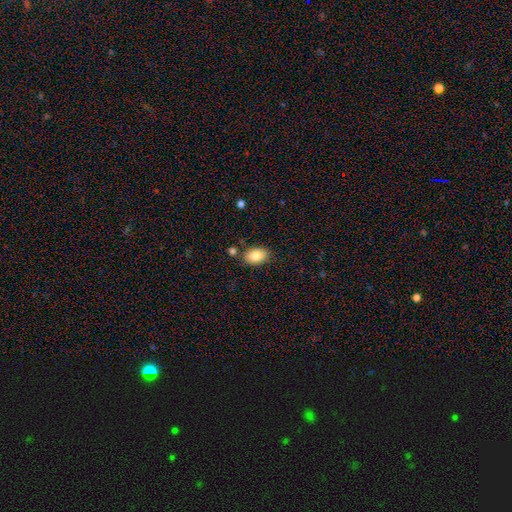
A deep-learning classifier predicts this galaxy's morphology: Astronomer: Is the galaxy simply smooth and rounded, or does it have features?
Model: smooth — 83%.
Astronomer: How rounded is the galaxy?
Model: in between — 87%.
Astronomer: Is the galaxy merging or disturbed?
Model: none — 82%.